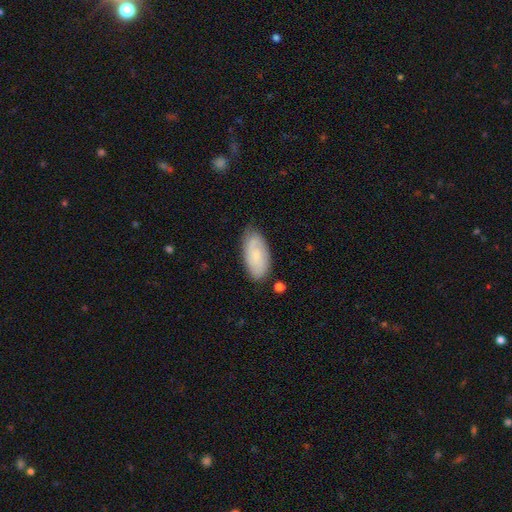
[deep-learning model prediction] Smooth or featured?
  - smooth: 67% *
  - featured or disk: 27%
  - star or artifact: 7%
How rounded?
  - in between: 92% *
  - cigar-shaped: 5%
  - round: 3%
Merging?
  - none: 76% *
  - minor disturbance: 18%
  - major disturbance: 4%
  - merger: 2%